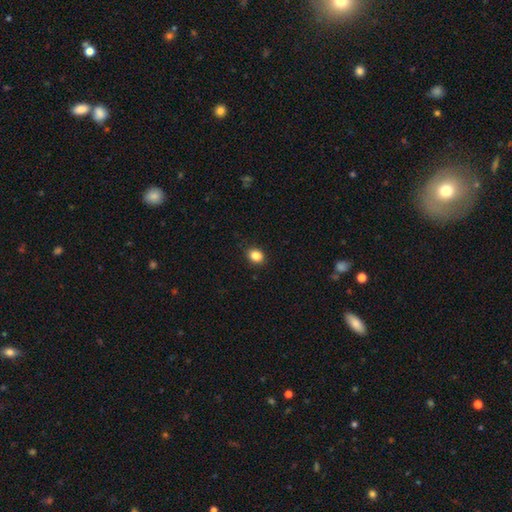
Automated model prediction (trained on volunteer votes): Q: Smooth or featured?
A: smooth (86%); runner-up: star or artifact (10%)
Q: How rounded?
A: round (50%); runner-up: in between (49%)
Q: Merging?
A: none (88%); runner-up: minor disturbance (9%)